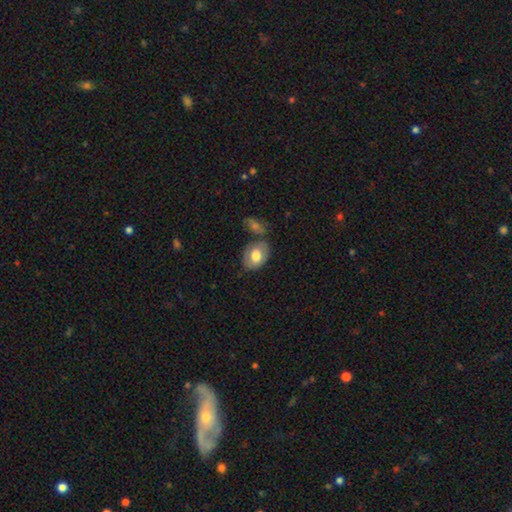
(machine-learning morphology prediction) smooth_or_featured: smooth (p=0.69) [alt: featured or disk p=0.25]
how_rounded: in between (p=0.81) [alt: round p=0.18]
merging: none (p=0.62) [alt: minor disturbance p=0.18]